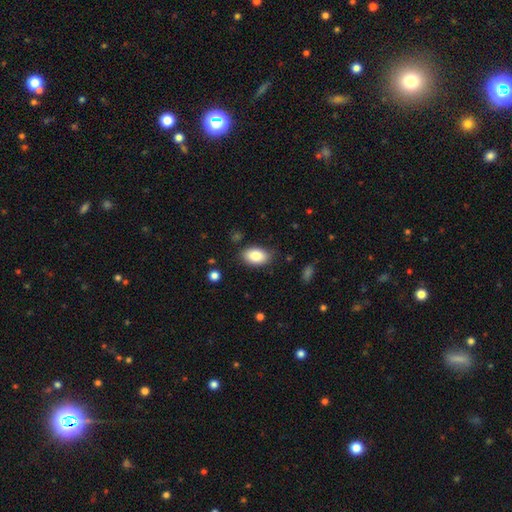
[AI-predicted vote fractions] Smooth or featured: smooth — 85% (featured or disk — 8%)
How rounded: in between — 90% (round — 9%)
Merging: none — 82% (minor disturbance — 13%)